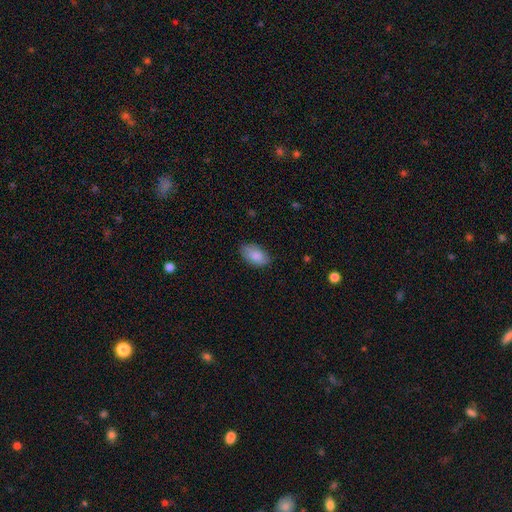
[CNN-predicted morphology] A smooth galaxy with no disk features (85%) that is in between round and cigar-shaped (93%). Merging: none (80%).